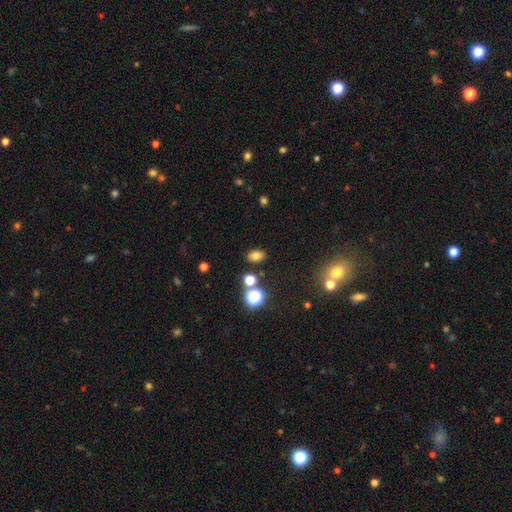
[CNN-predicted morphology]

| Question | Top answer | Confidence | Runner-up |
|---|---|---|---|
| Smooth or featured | smooth | 76% | star or artifact (17%) |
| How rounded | in between | 78% | round (20%) |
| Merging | none | 84% | minor disturbance (9%) |